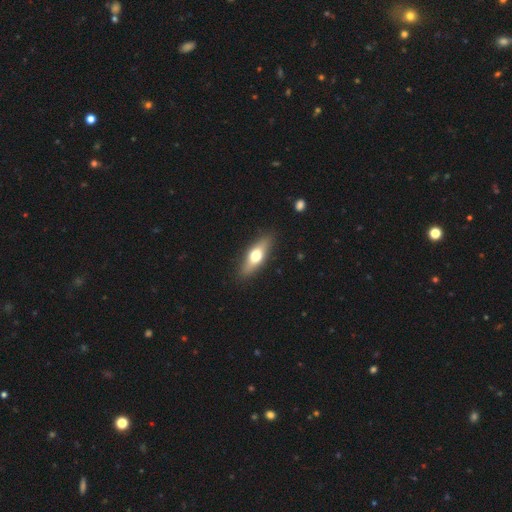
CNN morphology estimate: A smooth galaxy with no disk features (54%) that is in between round and cigar-shaped (53%). Merging: none (88%).